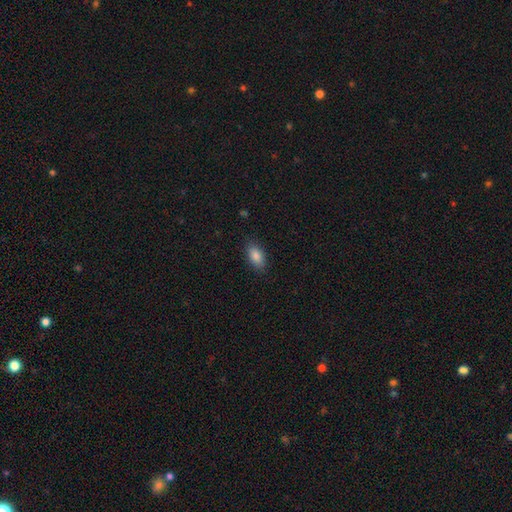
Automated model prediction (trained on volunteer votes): A smooth galaxy with no disk features (87%) that is in between round and cigar-shaped (91%). Merging: none (86%).